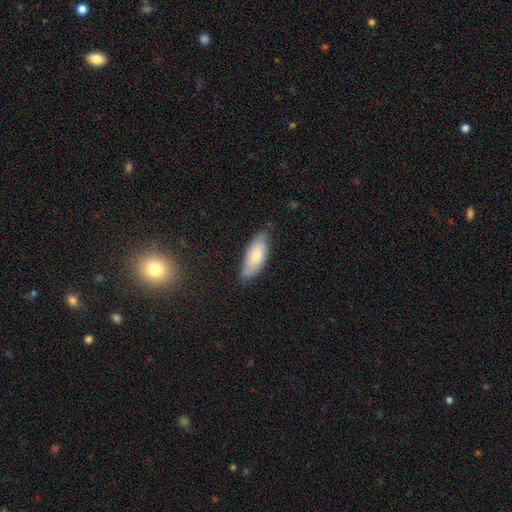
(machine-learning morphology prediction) This is likely a smooth galaxy (73%). How rounded: clearly in between (81%). Merging: likely none (72%).